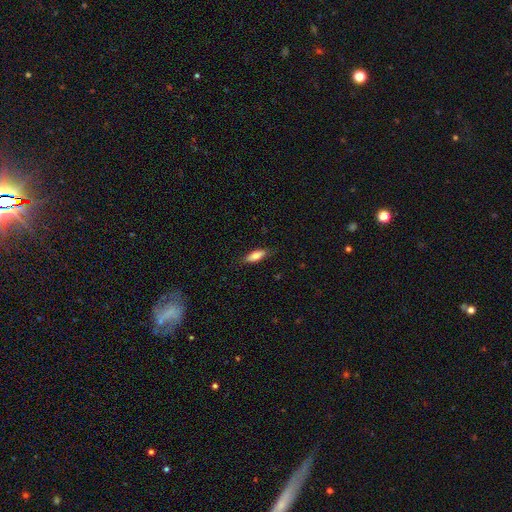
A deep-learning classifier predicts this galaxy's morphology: This appears to be a smooth galaxy with no disk features (79%) that is in between round and cigar-shaped (67%). Merging: none (83%).